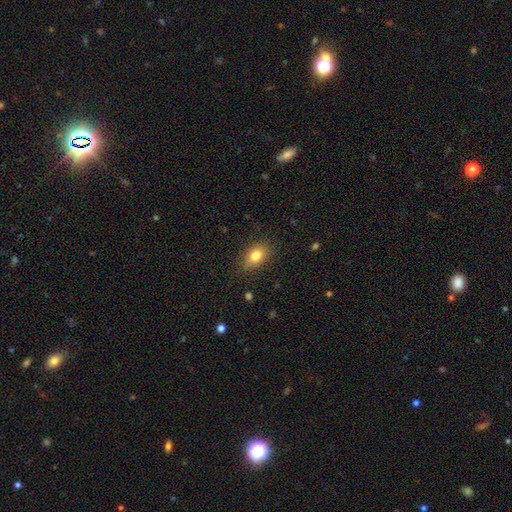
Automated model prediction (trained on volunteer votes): Overall: smooth (80%). How rounded: in between (80%). Merging: none (82%).